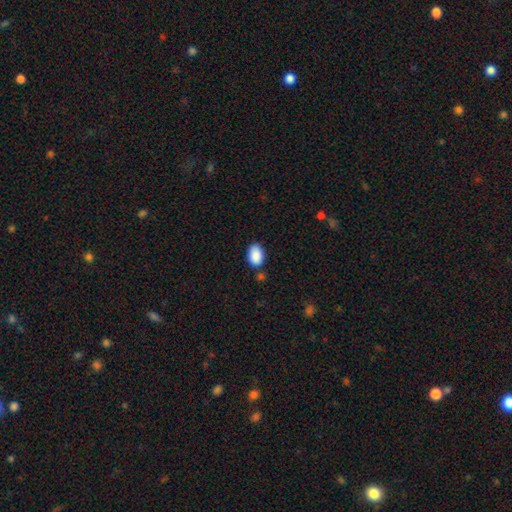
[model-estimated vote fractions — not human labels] A smooth galaxy with no disk features (89%) that is in between round and cigar-shaped (88%).

Vote fractions:
- Smooth or featured? smooth: 89% / star or artifact: 7% / featured or disk: 3%
- How rounded? in between: 88% / round: 11% / cigar-shaped: 1%
- Merging? none: 76% / minor disturbance: 15% / merger: 5% / major disturbance: 3%